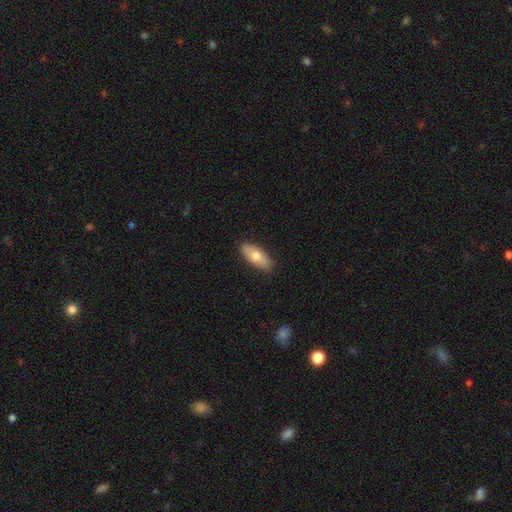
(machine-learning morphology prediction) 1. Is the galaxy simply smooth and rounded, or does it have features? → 70% smooth, 25% featured or disk, 6% star or artifact.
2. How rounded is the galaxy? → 78% in between, 19% cigar-shaped, 3% round.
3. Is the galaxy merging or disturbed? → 87% none, 10% minor disturbance, 2% major disturbance, 1% merger.